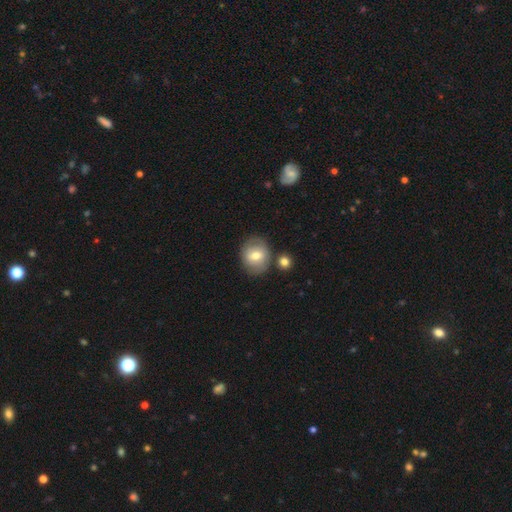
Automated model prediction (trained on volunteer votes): Smooth or featured?
  - smooth: 67% *
  - featured or disk: 26%
  - star or artifact: 8%
How rounded?
  - round: 64% *
  - in between: 35%
  - cigar-shaped: 1%
Merging?
  - none: 72% *
  - minor disturbance: 14%
  - merger: 10%
  - major disturbance: 4%